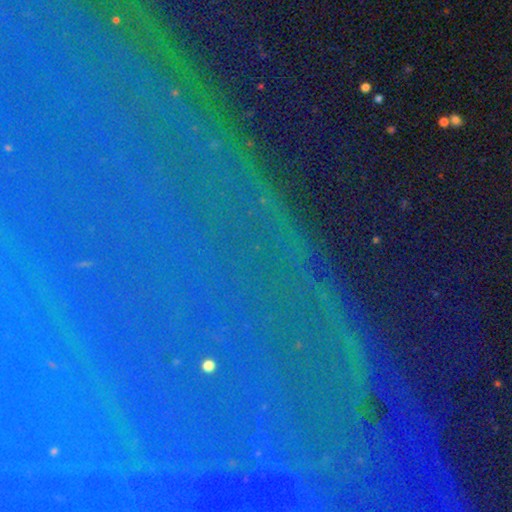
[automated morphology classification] A star or artifact, not a galaxy (85%).

Vote fractions:
- Smooth or featured? star or artifact: 85% / featured or disk: 8% / smooth: 7%